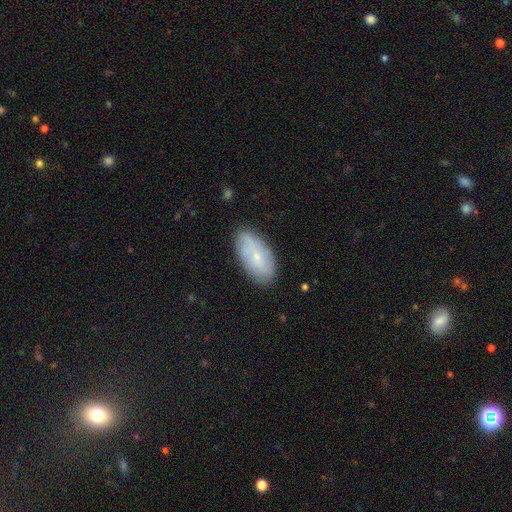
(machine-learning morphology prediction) Smooth or featured? Predicted: smooth (p=0.53). How rounded? Predicted: in between (p=0.92). Merging? Predicted: none (p=0.76).